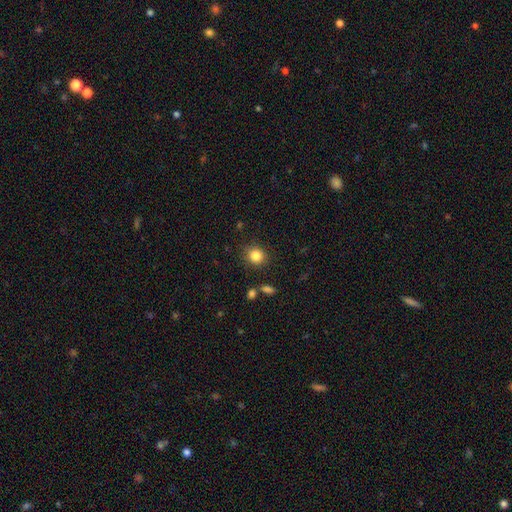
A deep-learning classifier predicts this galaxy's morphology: Smooth or featured?
  - smooth: 83% *
  - star or artifact: 11%
  - featured or disk: 5%
How rounded?
  - round: 81% *
  - in between: 18%
  - cigar-shaped: 1%
Merging?
  - none: 86% *
  - minor disturbance: 9%
  - major disturbance: 3%
  - merger: 2%